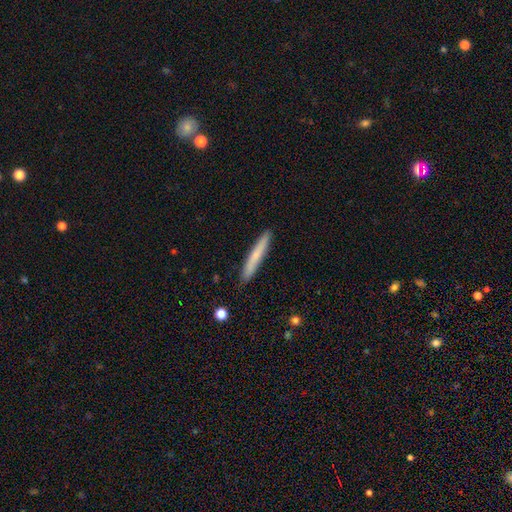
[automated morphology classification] This is likely a smooth galaxy (68%). How rounded: clearly cigar-shaped (95%). Merging: clearly none (90%).